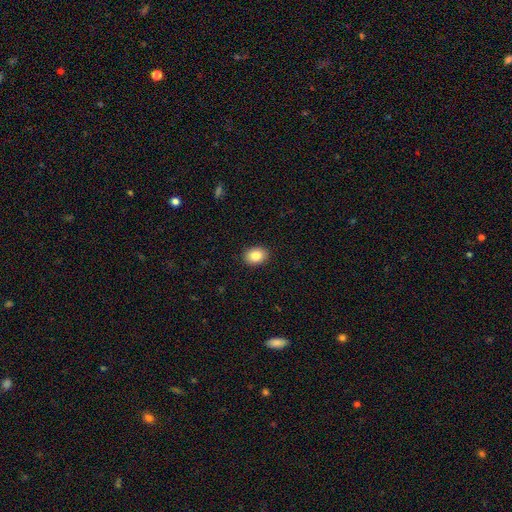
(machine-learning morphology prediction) A smooth galaxy with no disk features (85%) that is in between round and cigar-shaped (61%). Merging: none (91%).